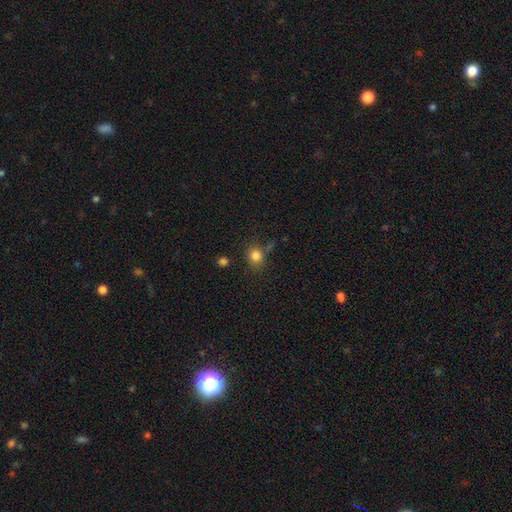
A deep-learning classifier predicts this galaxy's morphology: This appears to be a smooth galaxy with no disk features (82%) that is round (79%). Merging: none (72%).